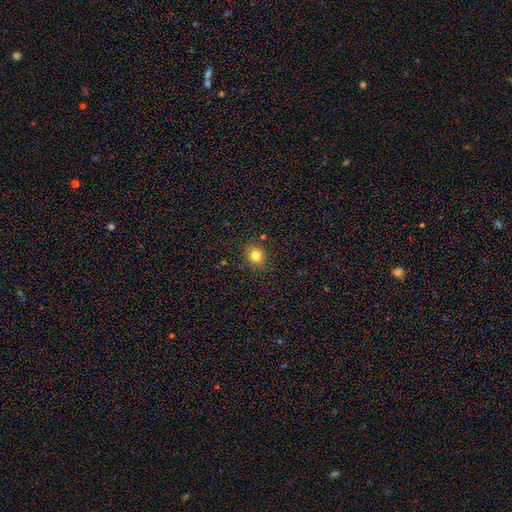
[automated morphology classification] Smooth or featured: smooth — 79% (star or artifact — 13%)
How rounded: round — 75% (in between — 24%)
Merging: none — 85% (minor disturbance — 10%)